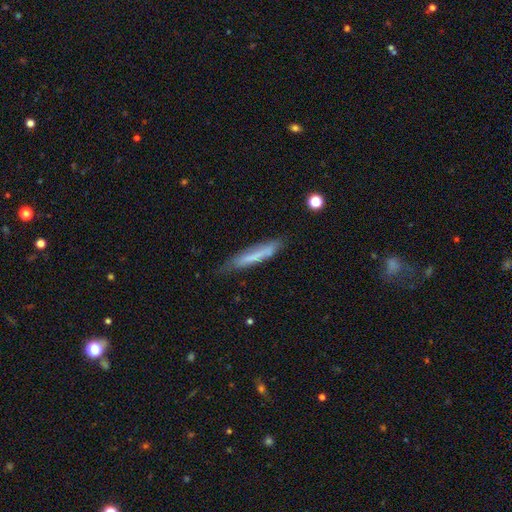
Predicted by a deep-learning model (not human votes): Overall: smooth (61%; featured or disk 31%). How rounded: cigar-shaped (91%). Merging: none (69%).